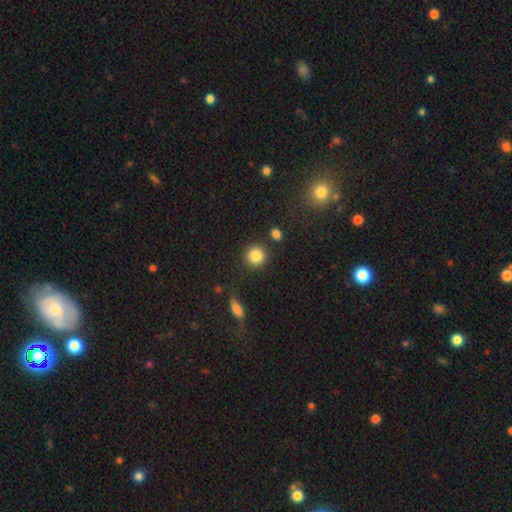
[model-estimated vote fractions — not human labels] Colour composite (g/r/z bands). It shows a smooth galaxy with no disk features (86%) that is round (90%). Merging: none (84%).